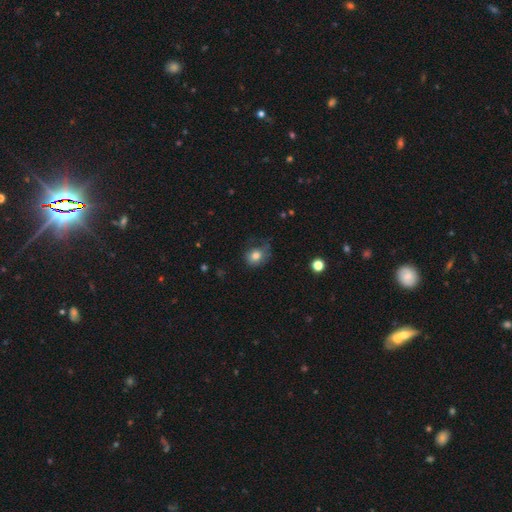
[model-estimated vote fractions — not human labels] Smooth or featured: smooth — 78% (featured or disk — 12%)
How rounded: round — 63% (in between — 36%)
Merging: none — 49% (minor disturbance — 31%)